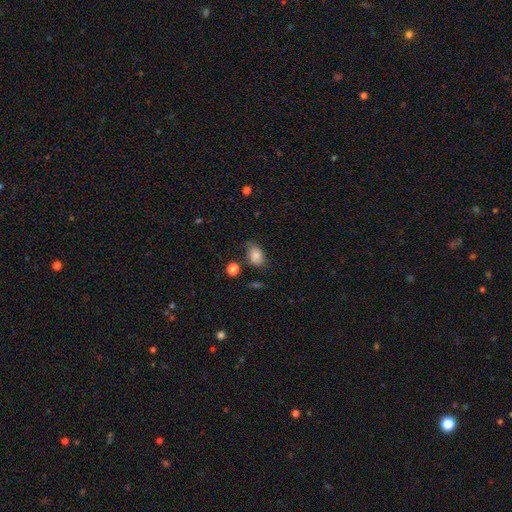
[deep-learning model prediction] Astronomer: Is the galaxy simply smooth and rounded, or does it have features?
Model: smooth — 80%.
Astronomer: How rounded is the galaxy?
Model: in between — 81%.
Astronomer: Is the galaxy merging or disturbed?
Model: none — 60%.